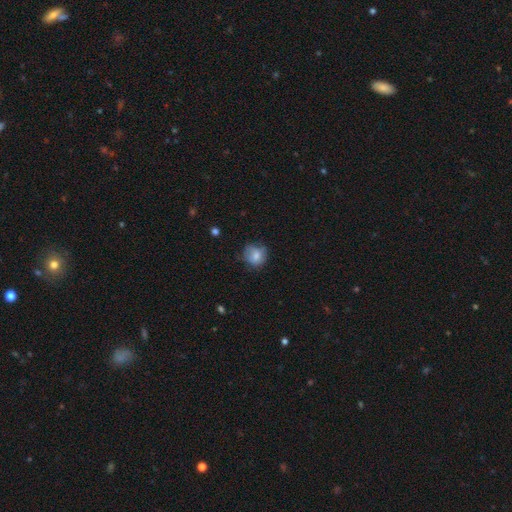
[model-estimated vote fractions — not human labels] Q: Smooth or featured?
A: smooth (72%); runner-up: featured or disk (18%)
Q: How rounded?
A: round (75%); runner-up: in between (24%)
Q: Merging?
A: none (58%); runner-up: minor disturbance (29%)